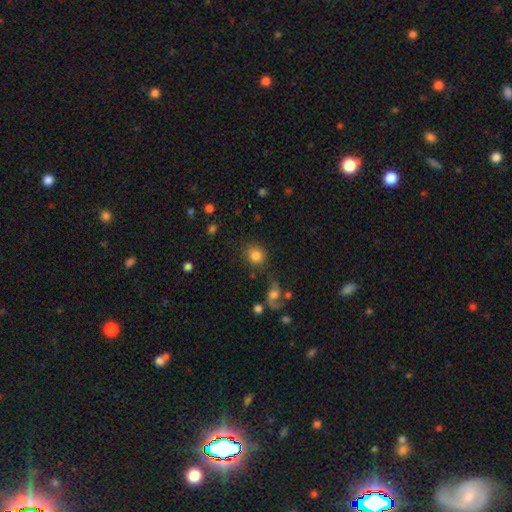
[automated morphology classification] type=smooth (81%); roundness=round (77%); merging=none (71%).